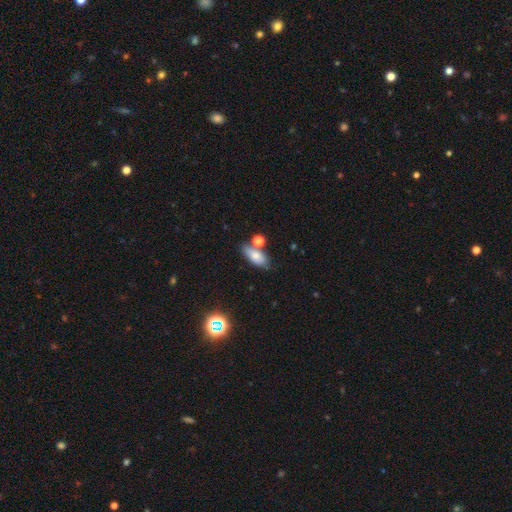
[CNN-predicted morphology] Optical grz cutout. It shows a smooth galaxy with no disk features (77%) that is in between round and cigar-shaped (81%). Merging: none (62%).